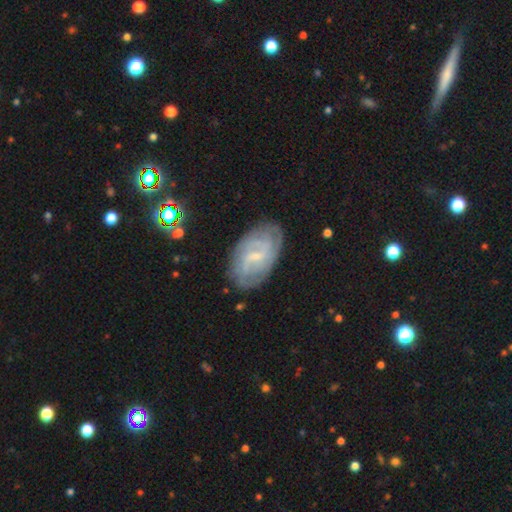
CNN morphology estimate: The model was most divided on "spiral arm count": can't tell: 40%, 2: 33%, 3: 11%, 4: 7%, more than 4: 4%, 1: 4%. More confident: edge-on disk — no (96%); spiral arms — yes (90%); merging — none (77%); smooth or featured — featured or disk (77%); bulge size — small (73%); bar — weak (58%); spiral winding — tight (55%).